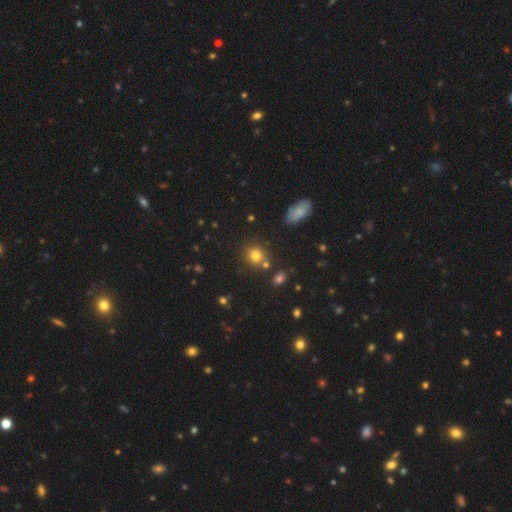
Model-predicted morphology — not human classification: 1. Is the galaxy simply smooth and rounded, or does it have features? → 77% smooth, 15% star or artifact, 8% featured or disk.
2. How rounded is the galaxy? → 82% round, 17% in between, 1% cigar-shaped.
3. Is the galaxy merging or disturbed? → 74% none, 12% merger, 11% minor disturbance, 4% major disturbance.